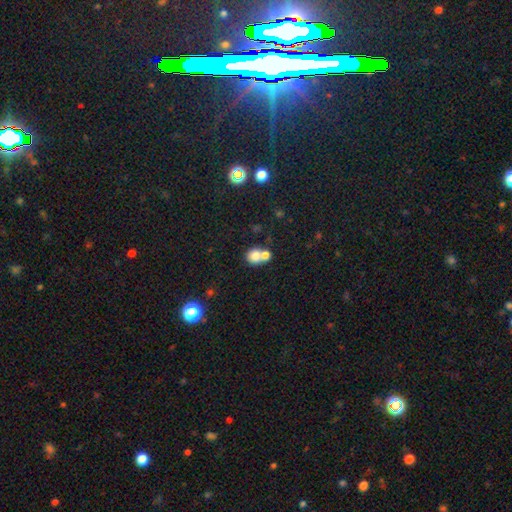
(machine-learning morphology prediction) A smooth galaxy with no disk features (75%) that is round (73%). Merging: merger (58%).